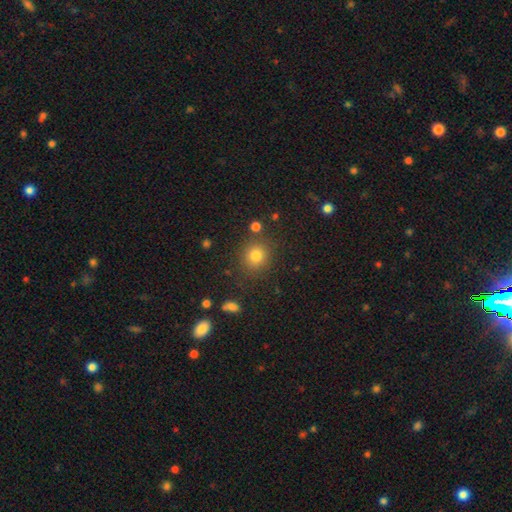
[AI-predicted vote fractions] Smooth or featured?
  - smooth: 80% *
  - star or artifact: 13%
  - featured or disk: 6%
How rounded?
  - round: 87% *
  - in between: 12%
  - cigar-shaped: 1%
Merging?
  - none: 83% *
  - minor disturbance: 9%
  - merger: 5%
  - major disturbance: 4%